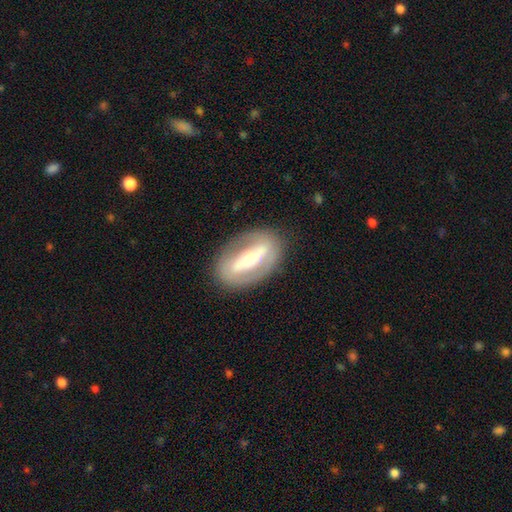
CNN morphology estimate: Smooth or featured?
  - featured or disk: 71% *
  - smooth: 23%
  - star or artifact: 6%
Edge-on disk?
  - no: 86% *
  - yes: 14%
Bar?
  - strong: 63% *
  - weak: 19%
  - no: 18%
Spiral arms?
  - no: 65% *
  - yes: 35%
Bulge size?
  - moderate: 57% *
  - small: 30%
  - large: 10%
  - dominant: 2%
  - none: 1%
Merging?
  - none: 82% *
  - minor disturbance: 11%
  - major disturbance: 5%
  - merger: 1%